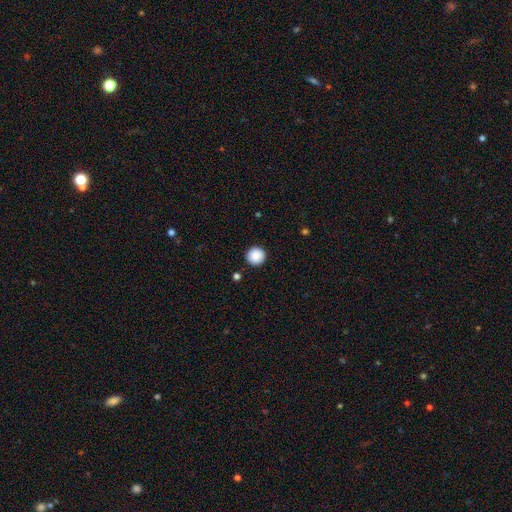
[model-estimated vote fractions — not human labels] Smooth or featured? Predicted: smooth (p=0.89). How rounded? Predicted: round (p=0.96). Merging? Predicted: none (p=0.92).